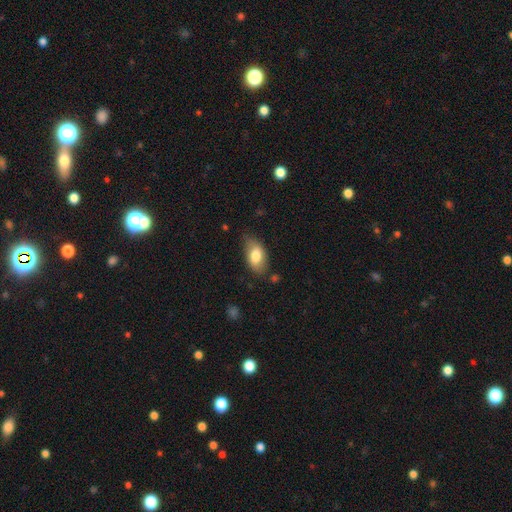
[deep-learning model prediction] Smooth or featured: smooth — 77% (featured or disk — 16%)
How rounded: in between — 92% (round — 5%)
Merging: none — 67% (minor disturbance — 25%)